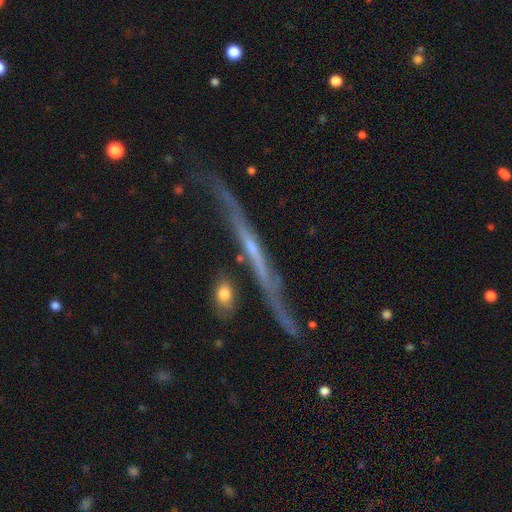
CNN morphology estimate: Overall: featured or disk (77%). Edge-on disk: yes (91%). Edge-on bulge: none (63%; rounded 31%). Merging: none (68%).